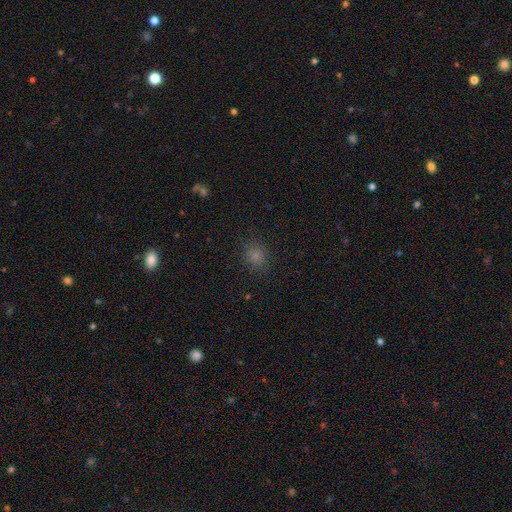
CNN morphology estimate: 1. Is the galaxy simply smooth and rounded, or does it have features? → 78% smooth, 16% star or artifact, 6% featured or disk.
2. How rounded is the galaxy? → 64% round, 35% in between, 1% cigar-shaped.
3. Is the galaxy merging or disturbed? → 86% none, 10% minor disturbance, 3% major disturbance, 1% merger.